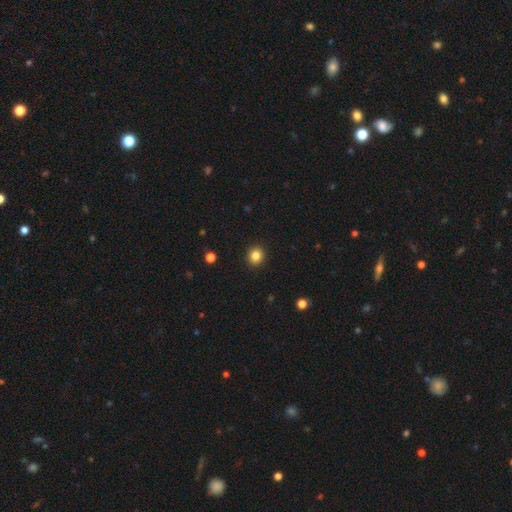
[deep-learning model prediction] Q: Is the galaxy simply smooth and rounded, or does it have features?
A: smooth — 84%.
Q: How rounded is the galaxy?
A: round — 83%.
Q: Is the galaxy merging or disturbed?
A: none — 92%.